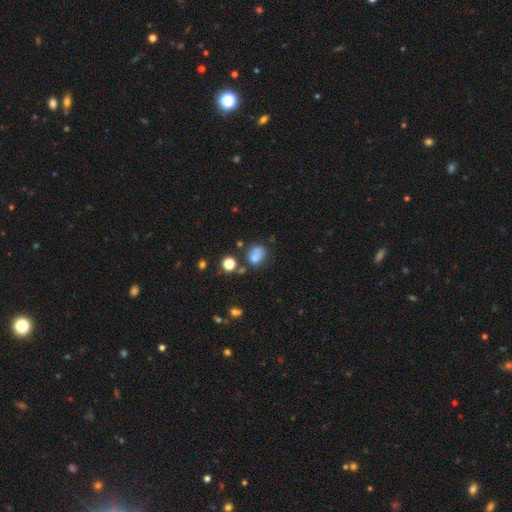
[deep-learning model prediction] Smooth or featured? Predicted: smooth (p=0.76). How rounded? Predicted: in between (p=0.51). Merging? Predicted: none (p=0.54).